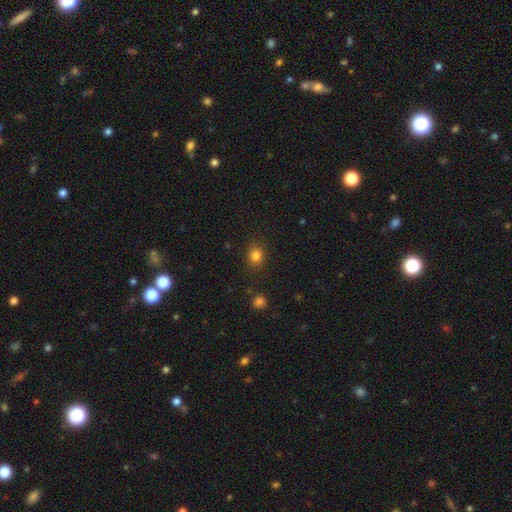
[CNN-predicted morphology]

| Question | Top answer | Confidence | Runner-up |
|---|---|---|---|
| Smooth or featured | smooth | 82% | star or artifact (12%) |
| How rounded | round | 61% | in between (38%) |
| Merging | none | 86% | minor disturbance (10%) |